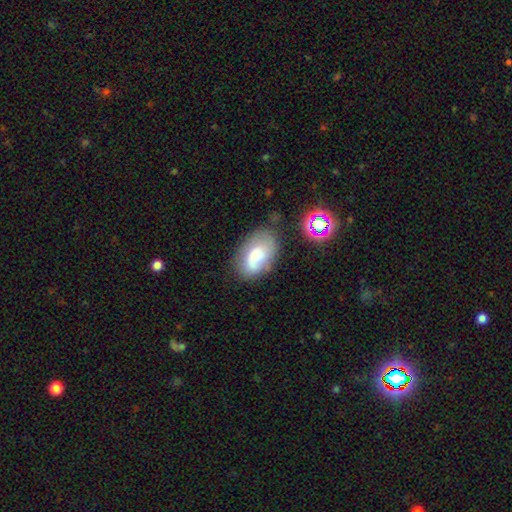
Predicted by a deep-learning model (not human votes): Morphology: type=smooth (55%); roundness=in between (90%); merging=none (59%).